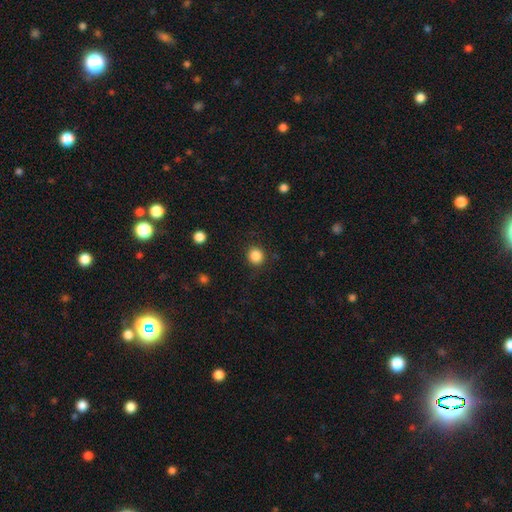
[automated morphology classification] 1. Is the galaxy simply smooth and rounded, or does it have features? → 86% smooth, 10% star or artifact, 3% featured or disk.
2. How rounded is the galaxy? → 88% round, 11% in between, 1% cigar-shaped.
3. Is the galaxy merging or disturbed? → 89% none, 7% minor disturbance, 3% major disturbance, 1% merger.